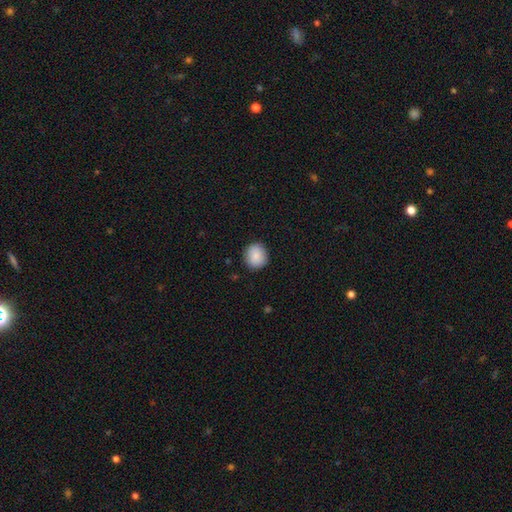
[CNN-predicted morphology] type=smooth (89%); roundness=round (86%); merging=none (89%).